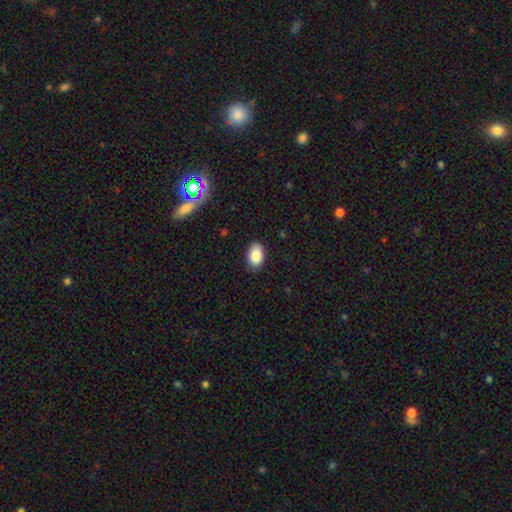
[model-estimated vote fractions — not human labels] Smooth or featured? Predicted: smooth (p=0.87). How rounded? Predicted: in between (p=0.87). Merging? Predicted: none (p=0.86).